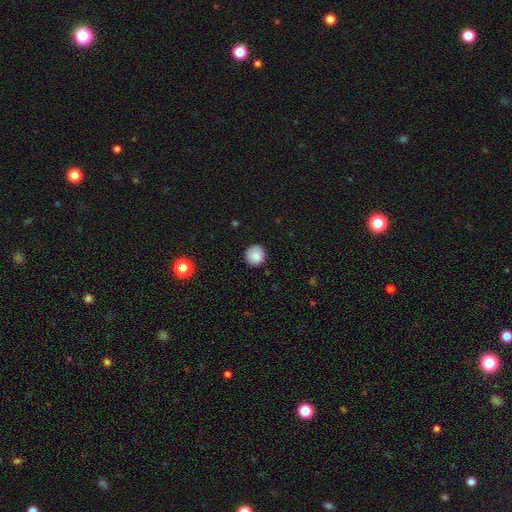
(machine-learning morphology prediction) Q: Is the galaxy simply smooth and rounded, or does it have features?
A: smooth — 85%.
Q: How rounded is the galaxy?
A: round — 93%.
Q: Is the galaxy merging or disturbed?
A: none — 88%.